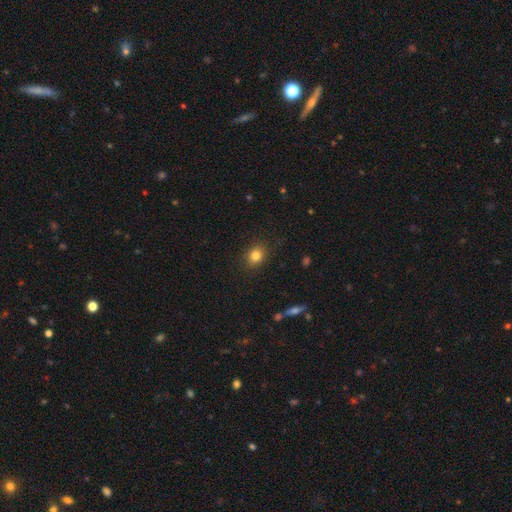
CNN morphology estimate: Smooth or featured? smooth (82%)
How rounded? round (58%)
Merging? none (88%)